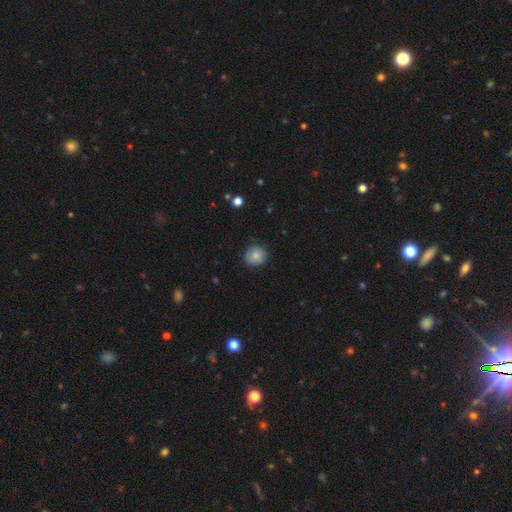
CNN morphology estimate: Smooth or featured? Predicted: smooth (p=0.82). How rounded? Predicted: round (p=0.83). Merging? Predicted: none (p=0.80).